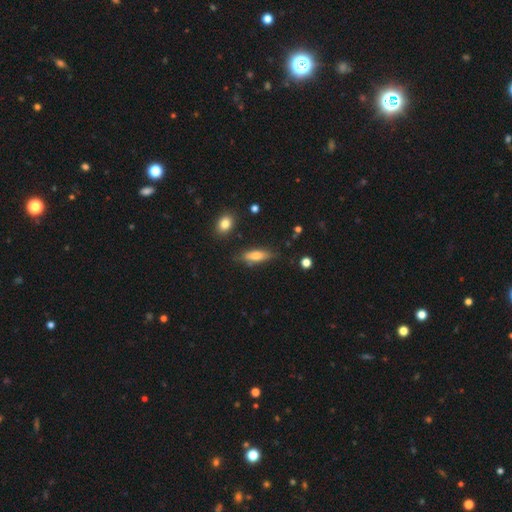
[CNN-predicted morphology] The model was most divided on "how rounded": in between: 53%, cigar-shaped: 45%, round: 3%. More confident: merging — none (75%); smooth or featured — smooth (70%).